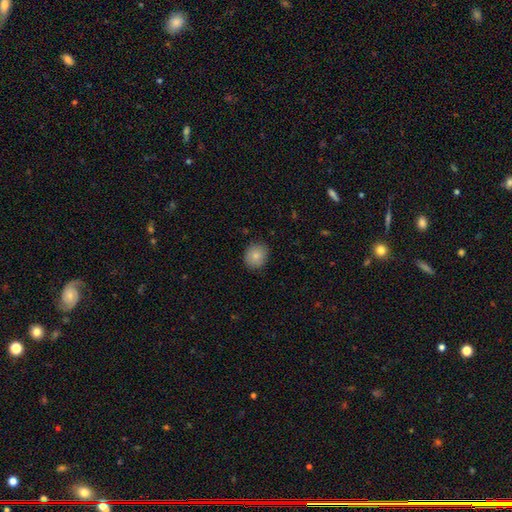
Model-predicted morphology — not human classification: type=smooth (83%); roundness=round (78%); merging=none (87%).